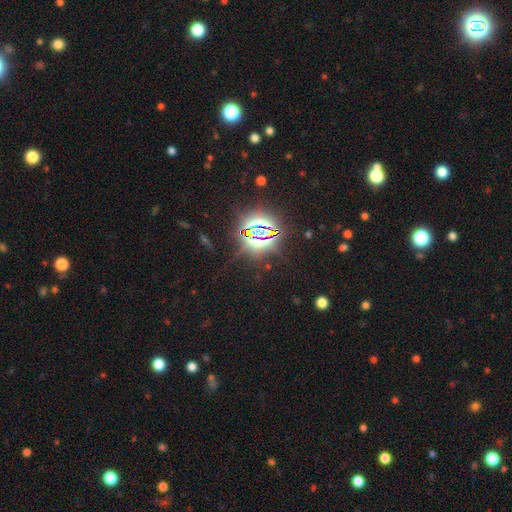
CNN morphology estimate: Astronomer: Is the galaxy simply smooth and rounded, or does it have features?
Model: star or artifact — 83%.